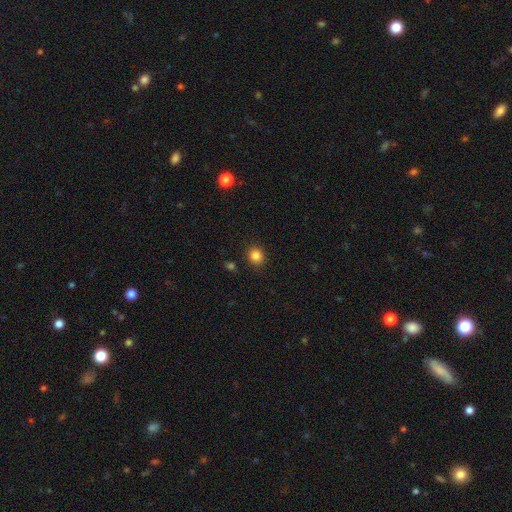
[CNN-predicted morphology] smooth-or-featured: smooth: 84% | star or artifact: 12% | featured or disk: 4%
  how-rounded: round: 84% | in between: 16% | cigar-shaped: 1%
  merging: none: 89% | minor disturbance: 7% | major disturbance: 2% | merger: 2%